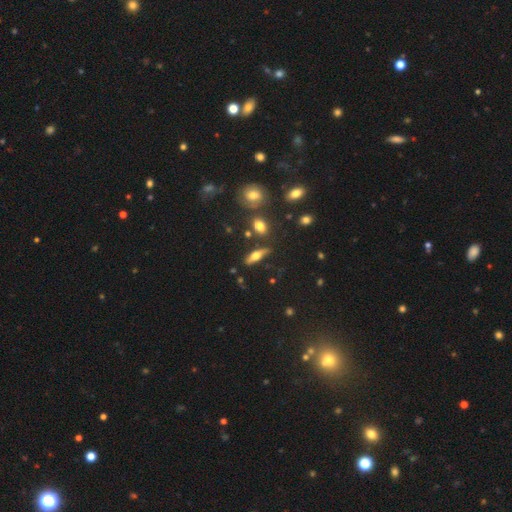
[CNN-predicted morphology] smooth_or_featured: featured or disk (p=0.48) [alt: smooth p=0.43]
merging: none (p=0.78) [alt: minor disturbance p=0.12]